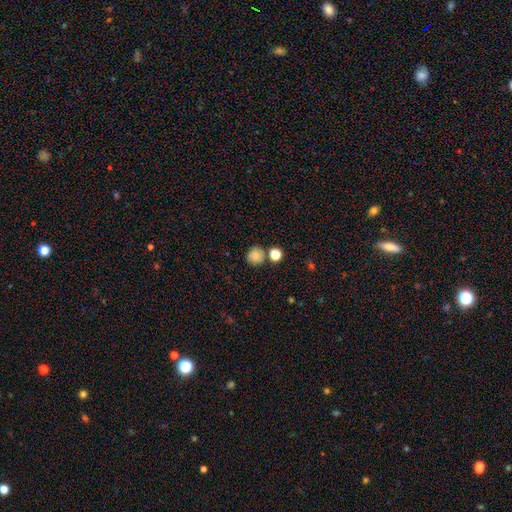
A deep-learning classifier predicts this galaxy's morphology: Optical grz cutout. It shows a smooth galaxy with no disk features (82%) that is round (89%). Merging: none (72%).